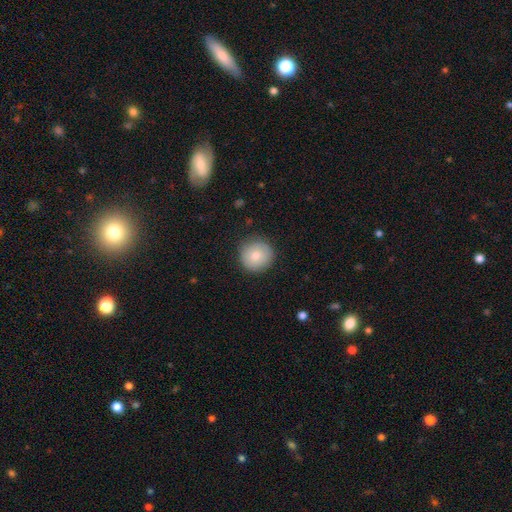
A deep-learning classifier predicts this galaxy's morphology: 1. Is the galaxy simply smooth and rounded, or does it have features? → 80% smooth, 12% featured or disk, 7% star or artifact.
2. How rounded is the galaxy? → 94% round, 5% in between, 1% cigar-shaped.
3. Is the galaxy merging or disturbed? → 87% none, 10% minor disturbance, 2% major disturbance, 1% merger.